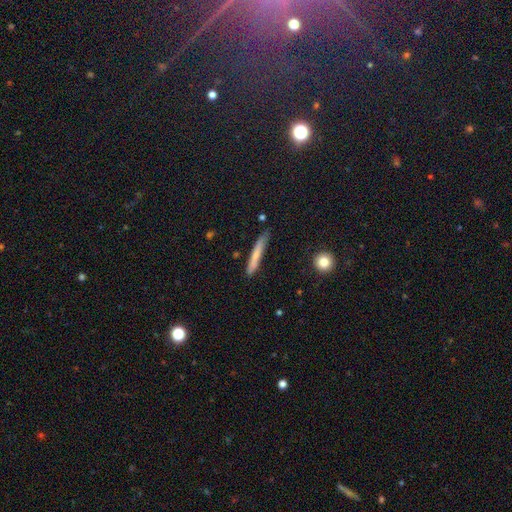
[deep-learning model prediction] Smooth or featured?
  - smooth: 66% *
  - featured or disk: 27%
  - star or artifact: 7%
How rounded?
  - cigar-shaped: 95% *
  - in between: 4%
  - round: 2%
Merging?
  - none: 78% *
  - minor disturbance: 17%
  - major disturbance: 3%
  - merger: 2%